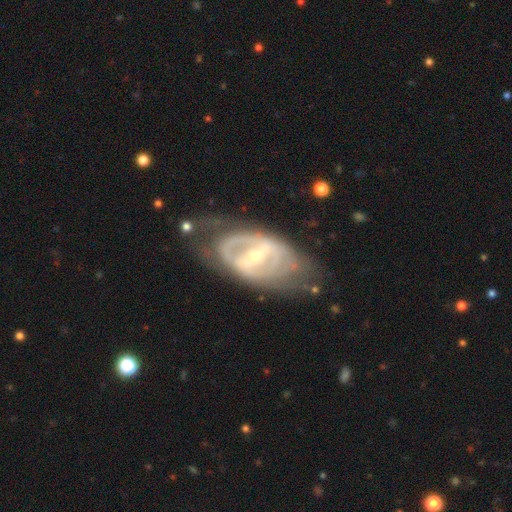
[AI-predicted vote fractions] A featured or disk galaxy (82%) with a strong bar (61%), spiral arms (65%) and a small central bulge (61%). Merging: none (60%).